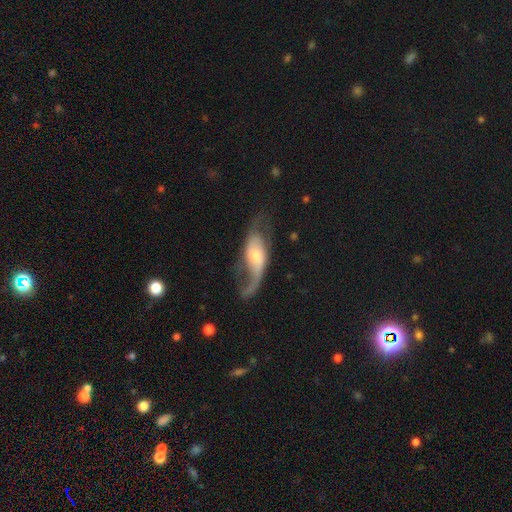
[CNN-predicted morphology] The model was most divided on "bulge size": small: 47%, moderate: 41%, large: 7%, none: 3%, dominant: 2%. Remaining: edge-on disk — no (91%); spiral arms — yes (89%); smooth or featured — featured or disk (75%); spiral winding — loose (74%); spiral arm count — 2 (68%); bar — no (55%); merging — none (47%).